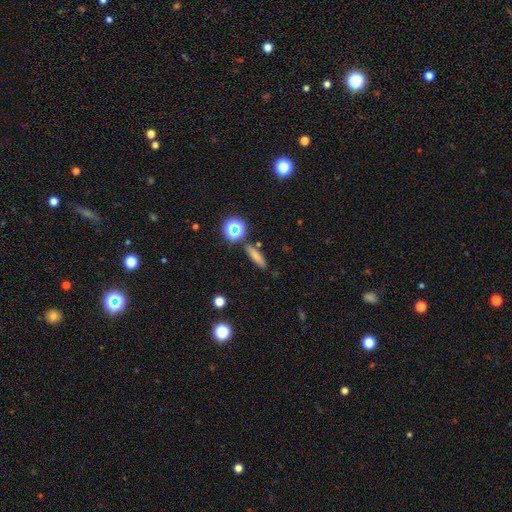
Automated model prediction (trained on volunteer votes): Smooth or featured? Predicted: smooth (p=0.71). How rounded? Predicted: cigar-shaped (p=0.66). Merging? Predicted: none (p=0.83).